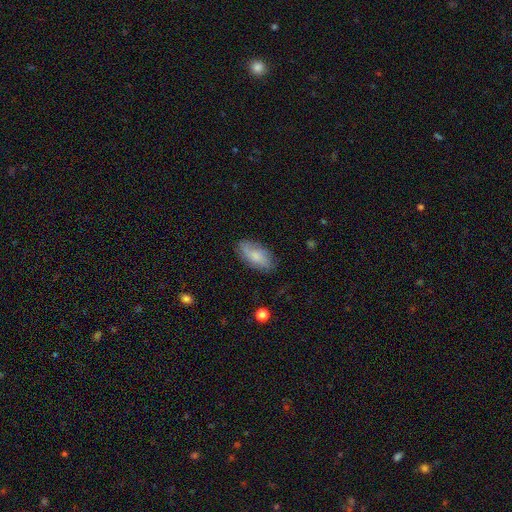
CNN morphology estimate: A smooth galaxy with no disk features (70%) that is in between round and cigar-shaped (90%).

Vote fractions:
- Smooth or featured? smooth: 70% / featured or disk: 23% / star or artifact: 7%
- How rounded? in between: 90% / cigar-shaped: 7% / round: 3%
- Merging? none: 75% / minor disturbance: 19% / major disturbance: 4% / merger: 2%